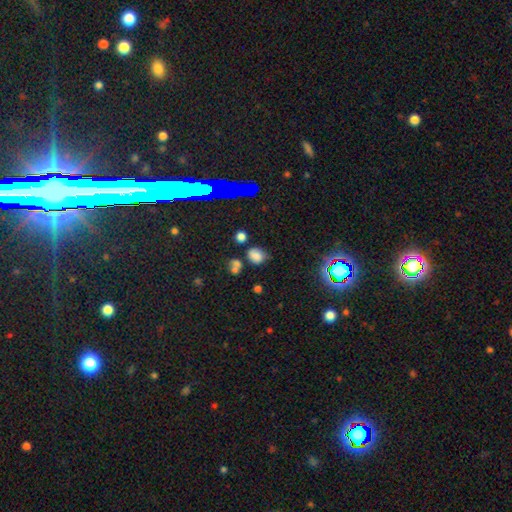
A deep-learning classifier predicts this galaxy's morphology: A smooth galaxy with no disk features (72%) that is round (53%). Merging: none (59%).